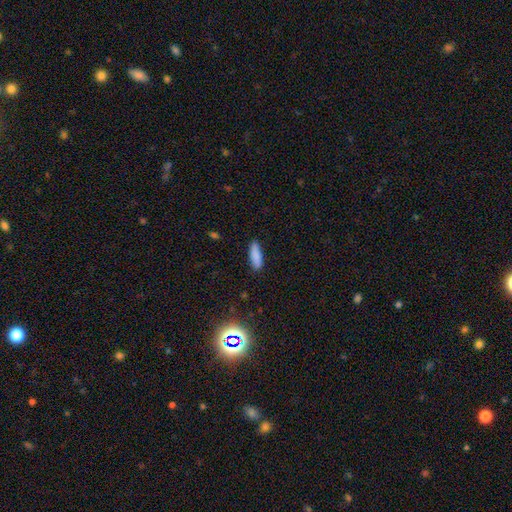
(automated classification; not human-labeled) A smooth galaxy with no disk features (87%) that is in between round and cigar-shaped (50%).

Vote fractions:
- Smooth or featured? smooth: 87% / star or artifact: 7% / featured or disk: 6%
- How rounded? in between: 50% / cigar-shaped: 48% / round: 2%
- Merging? none: 86% / minor disturbance: 10% / major disturbance: 2% / merger: 1%